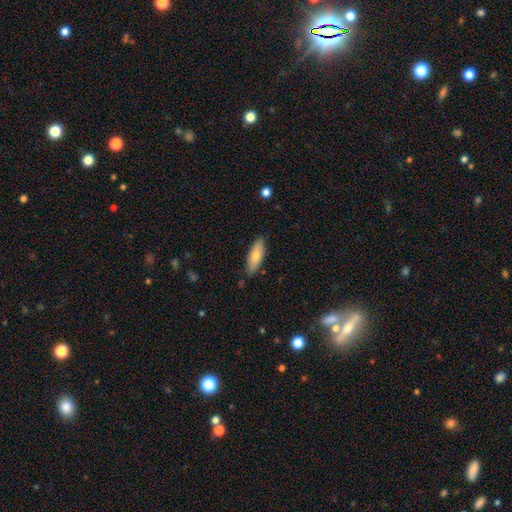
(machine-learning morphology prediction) Smooth or featured? Predicted: smooth (p=0.73). How rounded? Predicted: in between (p=0.60). Merging? Predicted: none (p=0.85).